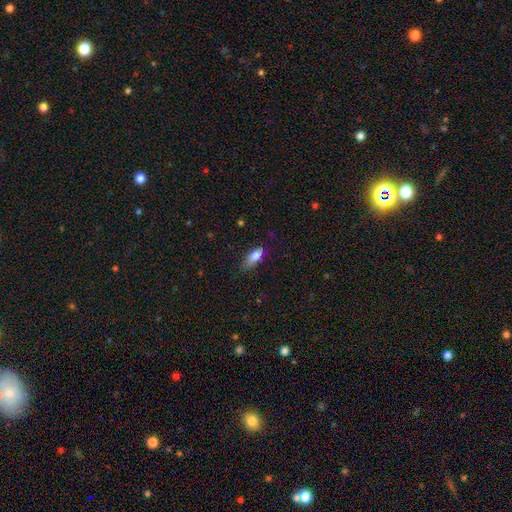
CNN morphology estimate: The model was most divided on "merging": none: 62%, minor disturbance: 29%, major disturbance: 8%, merger: 2%. More confident: smooth or featured — smooth (81%); how rounded — in between (76%).